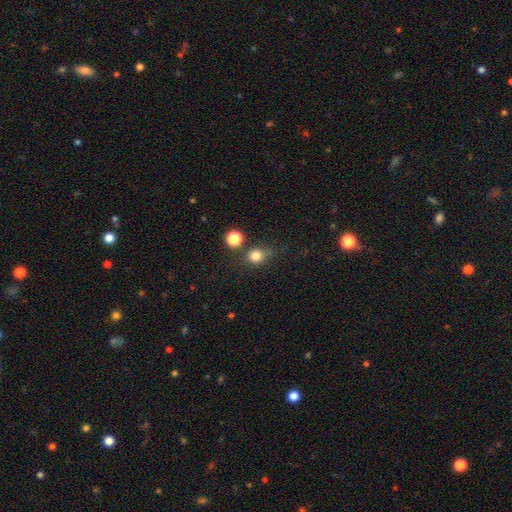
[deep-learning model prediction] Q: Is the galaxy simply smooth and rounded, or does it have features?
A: smooth — 80%.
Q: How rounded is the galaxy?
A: round — 79%.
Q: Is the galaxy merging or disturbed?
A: none — 67%.